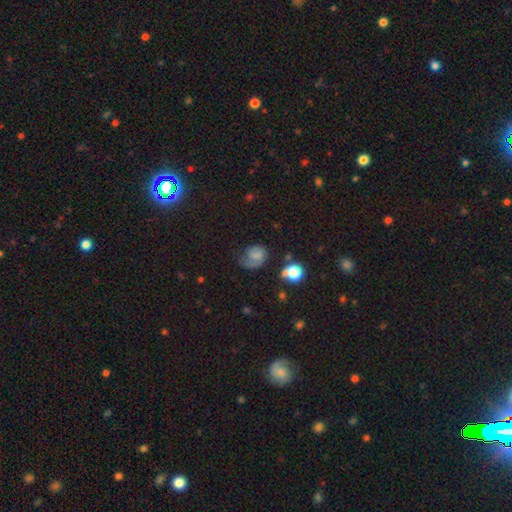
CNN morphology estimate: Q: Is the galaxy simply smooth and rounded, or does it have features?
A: smooth — 46%.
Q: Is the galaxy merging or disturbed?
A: none — 40%.